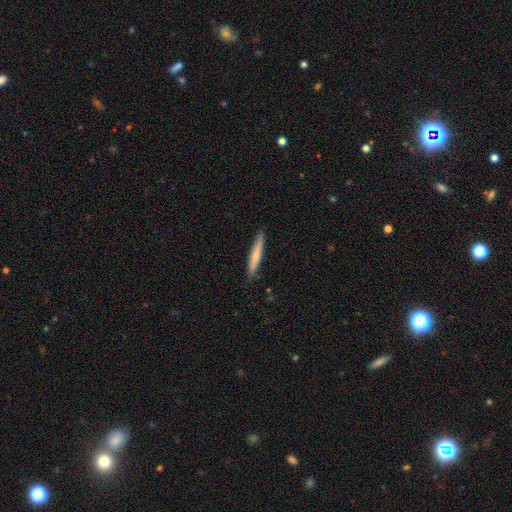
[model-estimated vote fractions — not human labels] Smooth or featured?
  - smooth: 67% *
  - featured or disk: 27%
  - star or artifact: 5%
How rounded?
  - cigar-shaped: 94% *
  - in between: 5%
  - round: 1%
Merging?
  - none: 87% *
  - minor disturbance: 10%
  - major disturbance: 2%
  - merger: 1%